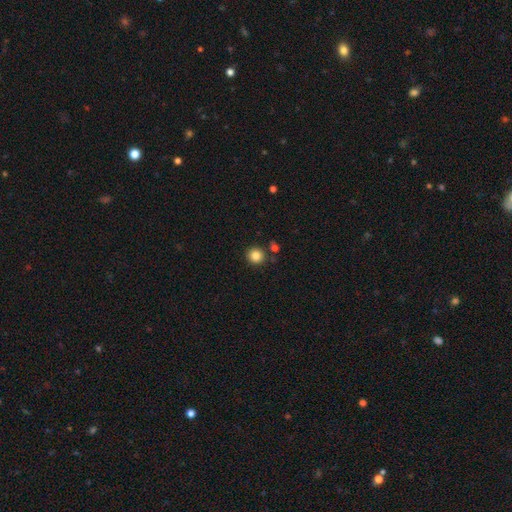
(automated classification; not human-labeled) Smooth or featured: smooth — 85% (star or artifact — 11%)
How rounded: round — 93% (in between — 6%)
Merging: none — 86% (minor disturbance — 7%)